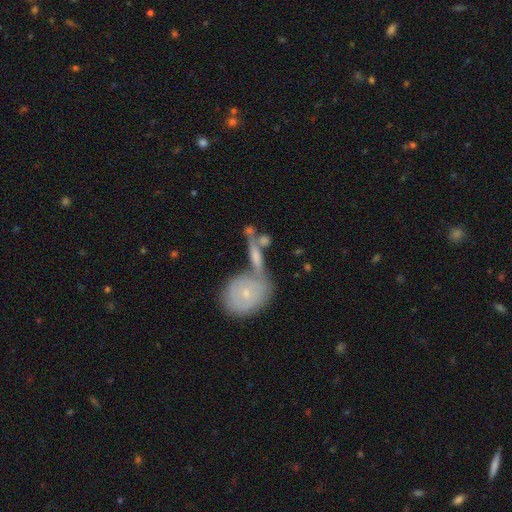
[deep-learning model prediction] This appears to be a smooth galaxy with no disk features (47%). Merging: merger (40%, tied with none).